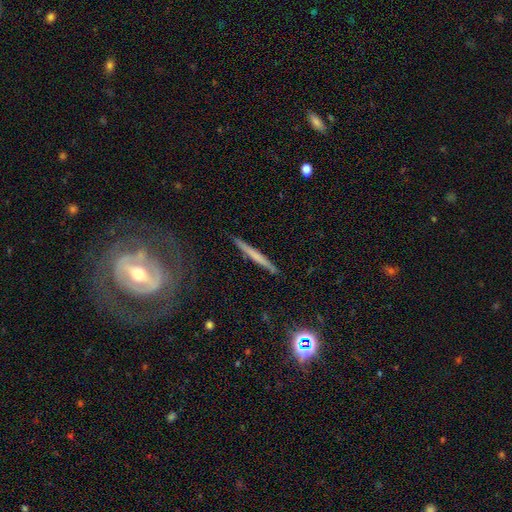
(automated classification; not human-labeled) Morphology: type=smooth (51%); roundness=cigar-shaped (96%); merging=none (88%).